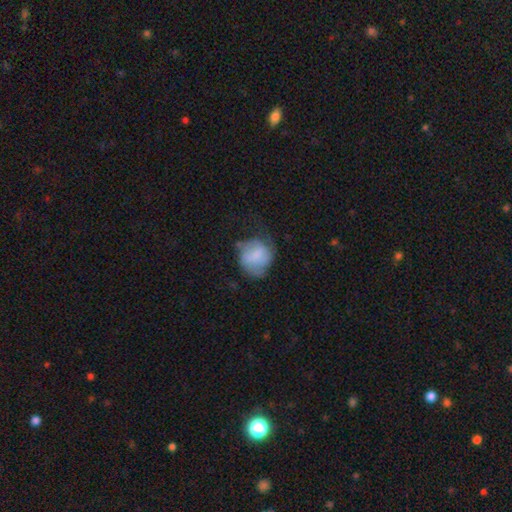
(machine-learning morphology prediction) Smooth or featured? smooth (67%)
How rounded? round (74%)
Merging? none (42%)